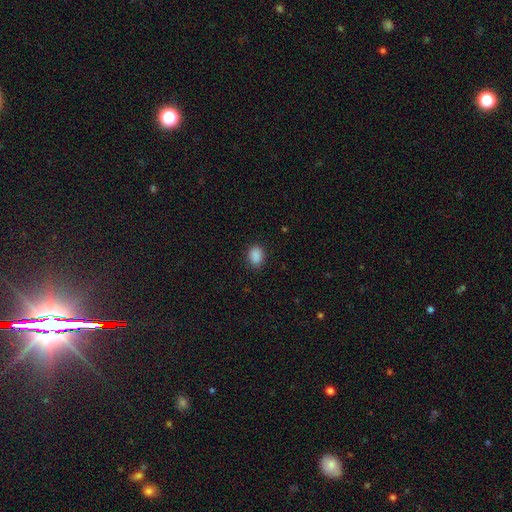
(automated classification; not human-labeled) A smooth galaxy with no disk features (89%) that is in between round and cigar-shaped (67%). Merging: none (87%).